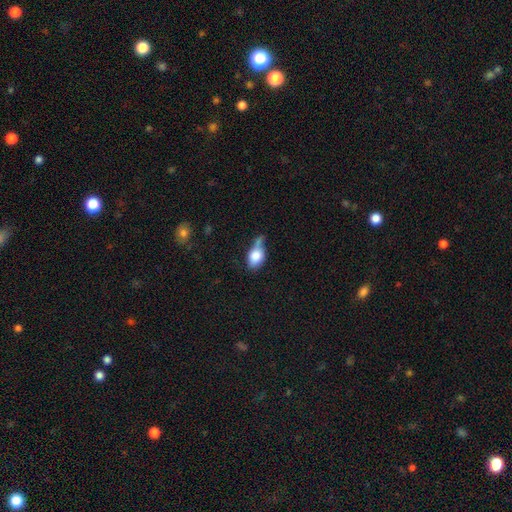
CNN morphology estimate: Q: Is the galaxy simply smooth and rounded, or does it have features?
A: smooth — 78%.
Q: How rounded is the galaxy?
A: in between — 78%.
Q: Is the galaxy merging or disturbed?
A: minor disturbance — 33%, tied with none.